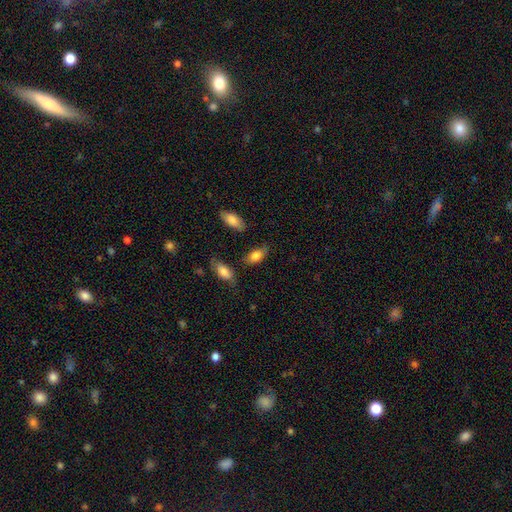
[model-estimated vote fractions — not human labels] A smooth galaxy with no disk features (82%) that is in between round and cigar-shaped (89%).

Vote fractions:
- Smooth or featured? smooth: 82% / featured or disk: 11% / star or artifact: 7%
- How rounded? in between: 89% / round: 6% / cigar-shaped: 5%
- Merging? none: 67% / minor disturbance: 23% / major disturbance: 5% / merger: 5%